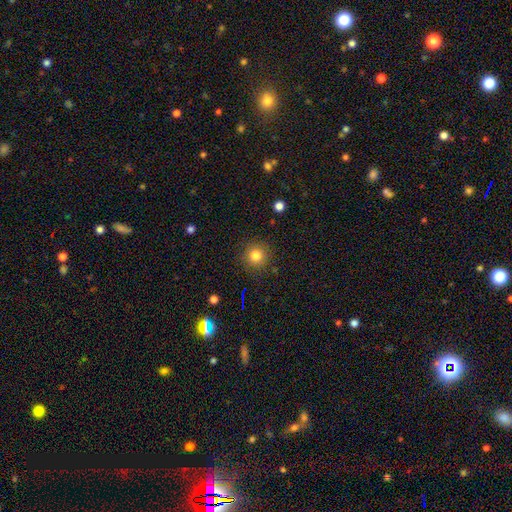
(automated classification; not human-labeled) smooth 81%, star or artifact 13%, featured or disk 6%. Down the decision tree: how rounded — round (94%); merging — none (88%).